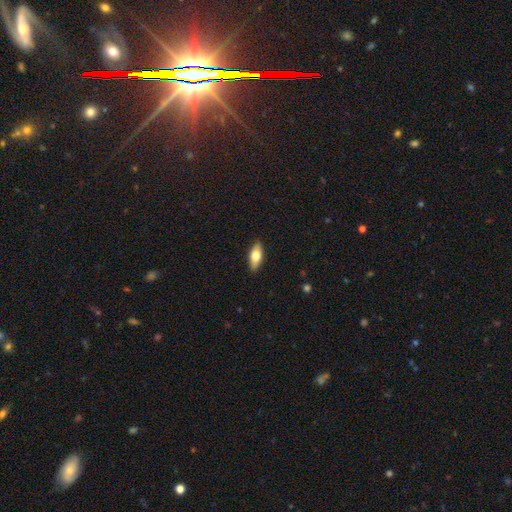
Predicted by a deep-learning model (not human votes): A smooth galaxy with no disk features (69%) that is in between round and cigar-shaped (78%). Merging: none (89%).